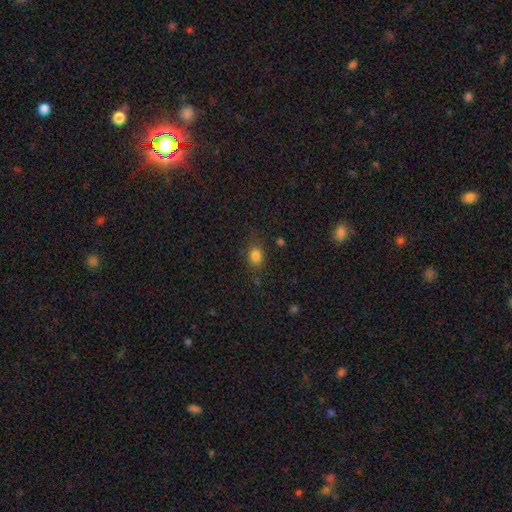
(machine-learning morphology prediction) Smooth or featured: smooth — 81% (star or artifact — 13%)
How rounded: round — 49% (tied with in between — 49%)
Merging: none — 75% (minor disturbance — 17%)